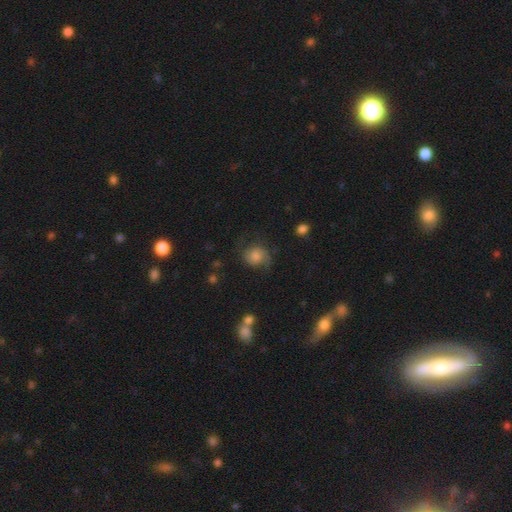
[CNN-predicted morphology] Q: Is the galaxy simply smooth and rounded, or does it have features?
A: featured or disk — 45%.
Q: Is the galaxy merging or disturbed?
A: none — 60%.